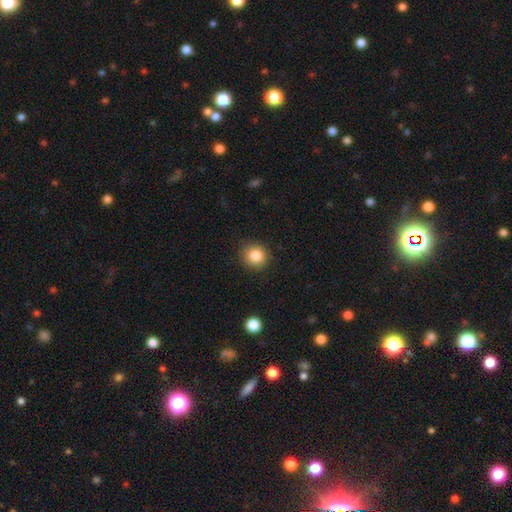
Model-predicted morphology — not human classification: Smooth or featured?
  - smooth: 85% *
  - star or artifact: 10%
  - featured or disk: 5%
How rounded?
  - round: 91% *
  - in between: 8%
  - cigar-shaped: 1%
Merging?
  - none: 89% *
  - minor disturbance: 7%
  - major disturbance: 2%
  - merger: 1%